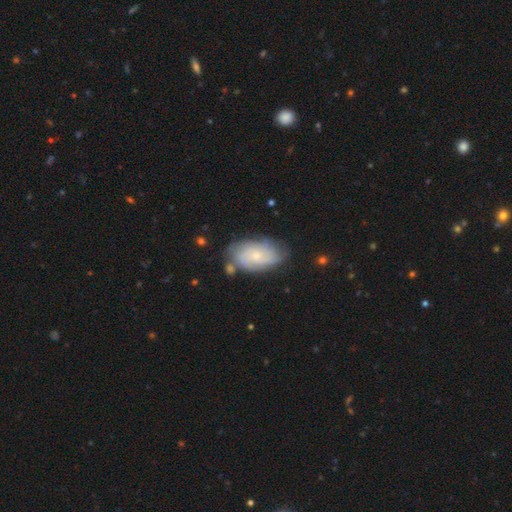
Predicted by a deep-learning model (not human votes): A featured or disk galaxy (58%) with no bar (78%), spiral arms (83%) and a small central bulge (75%).

Vote fractions:
- Smooth or featured? featured or disk: 58% / smooth: 35% / star or artifact: 7%
- Edge-on disk? no: 95% / yes: 5%
- Bar? no: 78% / weak: 19% / strong: 3%
- Spiral arms? yes: 83% / no: 17%
- Bulge size? small: 75% / moderate: 20% / none: 2% / large: 1% / dominant: 1%
- Merging? none: 66% / minor disturbance: 22% / major disturbance: 7% / merger: 6%